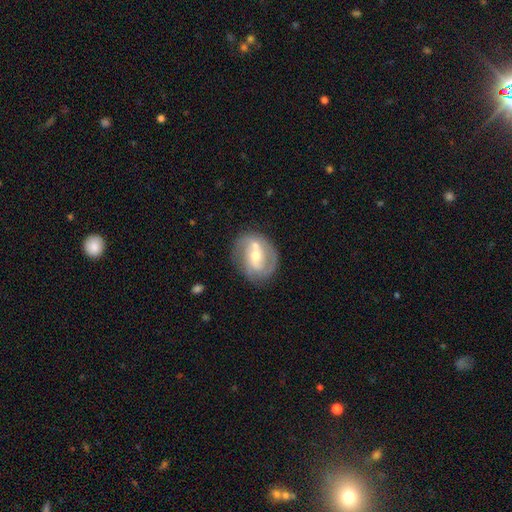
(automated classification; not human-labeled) This appears to be a featured or disk galaxy (74%) with a weak bar (43%), 2 (71%) medium (44%) spiral arms (81%) and a moderate central bulge (59%). Merging: none (65%).